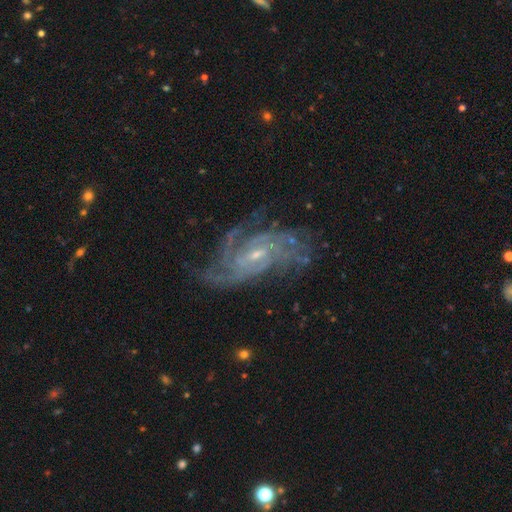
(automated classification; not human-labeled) Morphology: type=featured or disk (87%); edge-on=no (96%); bar=weak (46%); spiral arms=yes (97%); winding=tight (48%); arm count=4 (25%); bulge=small (69%); merging=none (67%).